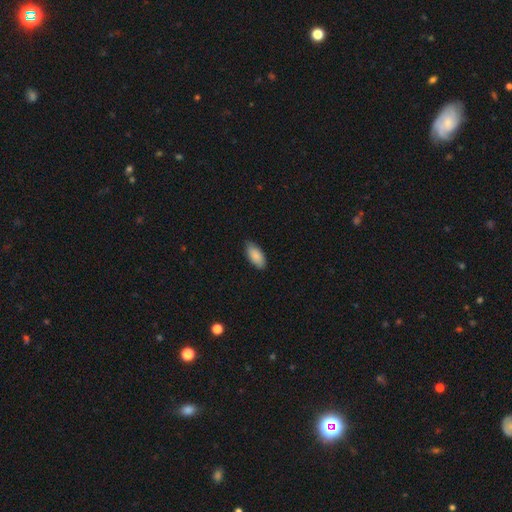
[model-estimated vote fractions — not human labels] smooth_or_featured: smooth (p=0.88) [alt: featured or disk p=0.06]
how_rounded: in between (p=0.90) [alt: cigar-shaped p=0.08]
merging: none (p=0.84) [alt: minor disturbance p=0.13]